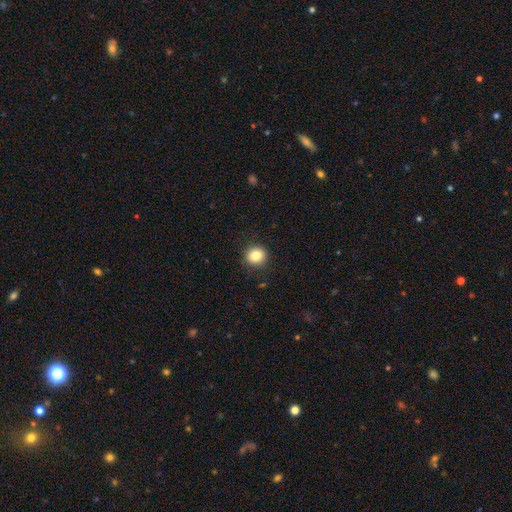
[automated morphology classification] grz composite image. It shows a smooth galaxy with no disk features (85%) that is round (87%). Merging: none (89%).